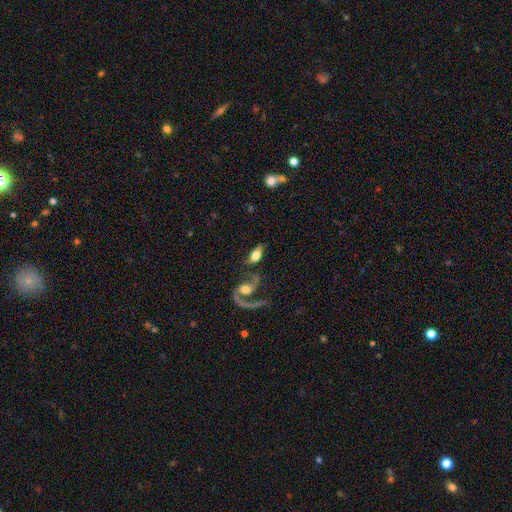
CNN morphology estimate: A smooth galaxy with no disk features (51%) that is in between round and cigar-shaped (85%).

Vote fractions:
- Smooth or featured? smooth: 51% / featured or disk: 42% / star or artifact: 8%
- How rounded? in between: 85% / cigar-shaped: 8% / round: 7%
- Merging? none: 48% / merger: 24% / minor disturbance: 15% / major disturbance: 13%